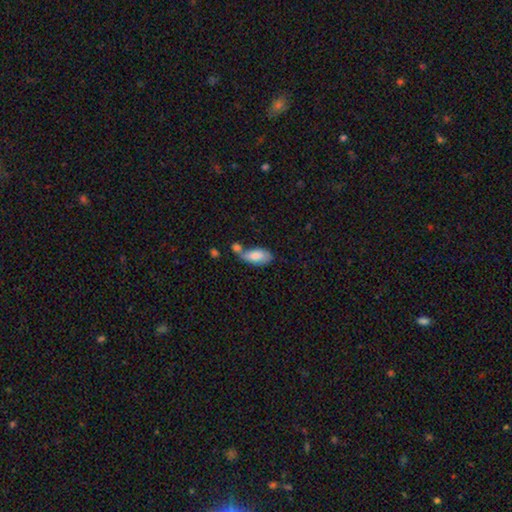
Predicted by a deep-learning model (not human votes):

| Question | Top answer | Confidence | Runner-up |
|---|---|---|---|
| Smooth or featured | smooth | 78% | featured or disk (16%) |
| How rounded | in between | 89% | cigar-shaped (8%) |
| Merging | none | 38% | merger (34%) |